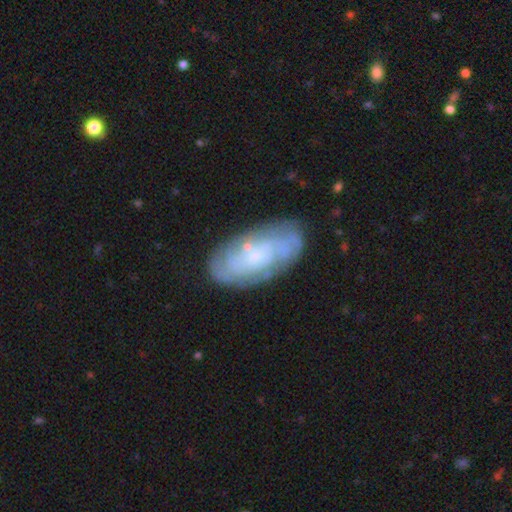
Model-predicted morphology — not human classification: Smooth or featured: featured or disk — 68% (smooth — 25%)
Edge-on disk: no — 93% (yes — 7%)
Bar: no — 75% (weak — 21%)
Spiral arms: yes — 81% (no — 19%)
Spiral winding: tight — 66% (medium — 25%)
Spiral arm count: can't tell — 57% (2 — 17%)
Bulge size: small — 72% (moderate — 18%)
Merging: none — 75% (minor disturbance — 17%)